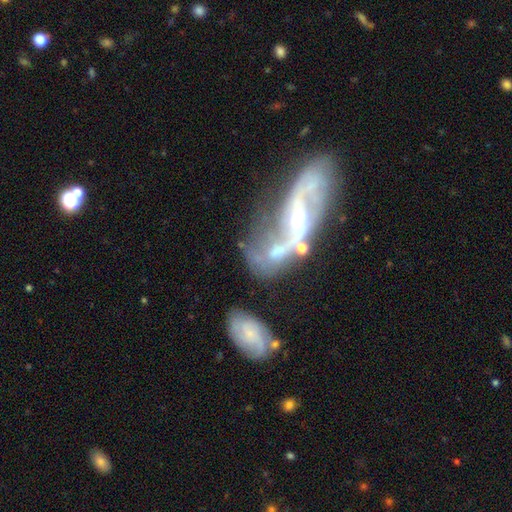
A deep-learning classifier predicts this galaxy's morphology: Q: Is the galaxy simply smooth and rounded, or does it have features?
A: featured or disk — 74%.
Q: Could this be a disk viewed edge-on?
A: no — 90%.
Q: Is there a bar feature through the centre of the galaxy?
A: no — 49%.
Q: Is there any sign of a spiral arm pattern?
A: yes — 78%.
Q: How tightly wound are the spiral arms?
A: loose — 66%.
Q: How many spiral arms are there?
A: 2 — 72%.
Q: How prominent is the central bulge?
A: small — 45%.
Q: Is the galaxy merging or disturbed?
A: merger — 36%.